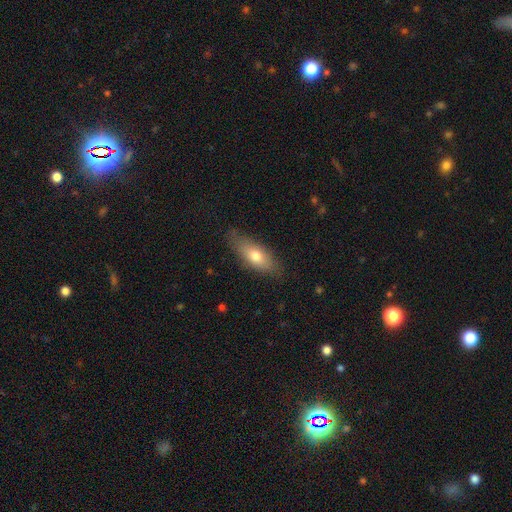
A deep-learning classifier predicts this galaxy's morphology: Smooth or featured? Predicted: smooth (p=0.70). How rounded? Predicted: in between (p=0.72). Merging? Predicted: none (p=0.76).